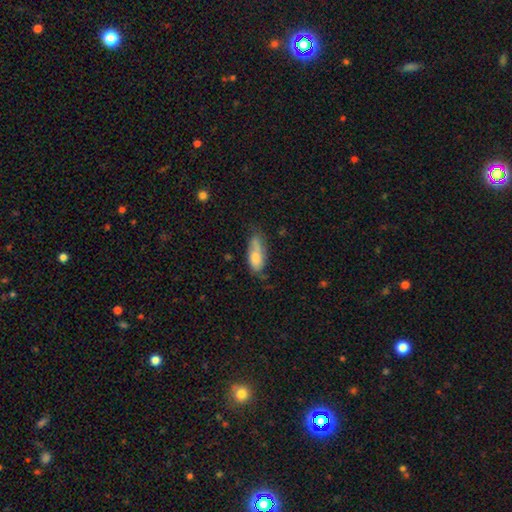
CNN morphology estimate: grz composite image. It shows a smooth galaxy with no disk features (70%) that is in between round and cigar-shaped (71%). Merging: none (50%).